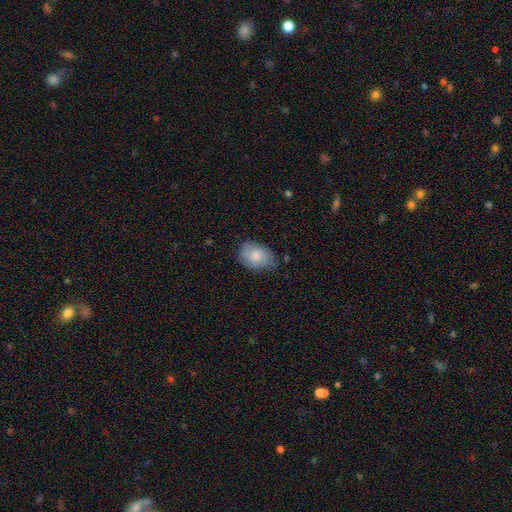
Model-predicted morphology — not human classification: A smooth galaxy with no disk features (65%) that is in between round and cigar-shaped (77%). Merging: none (59%).